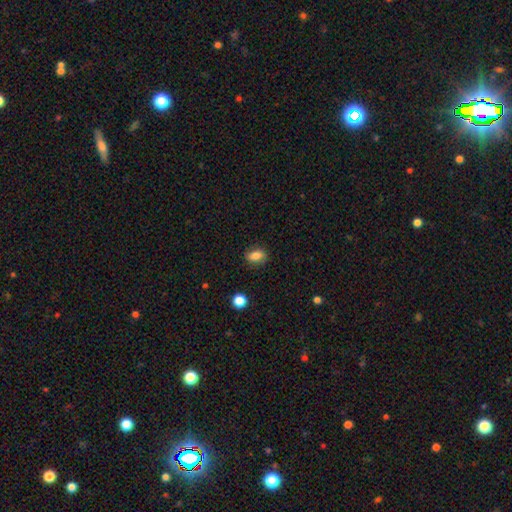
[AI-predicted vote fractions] Overall: smooth (82%). How rounded: in between (80%). Merging: none (82%).